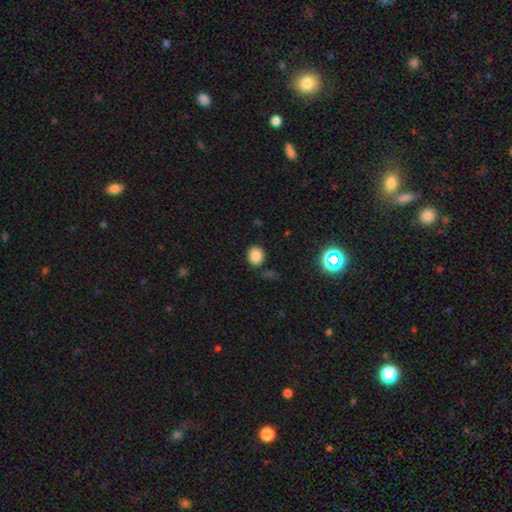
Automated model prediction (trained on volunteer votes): Smooth or featured? smooth (83%)
How rounded? round (73%)
Merging? none (85%)